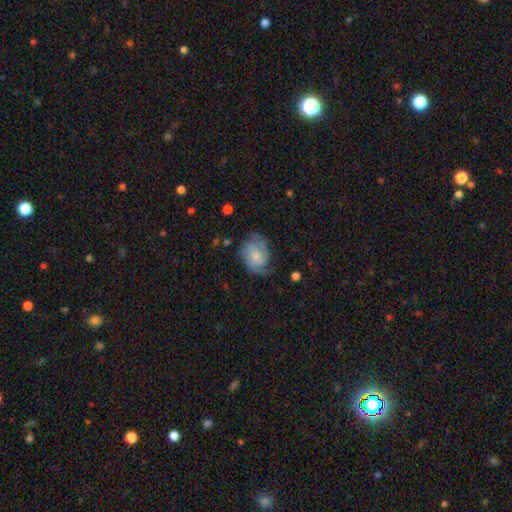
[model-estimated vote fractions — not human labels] A featured or disk galaxy (63%) with no bar (64%), 2 (36%) medium (44%) spiral arms (90%) and a small central bulge (36%, tied with moderate). Merging: none (58%).